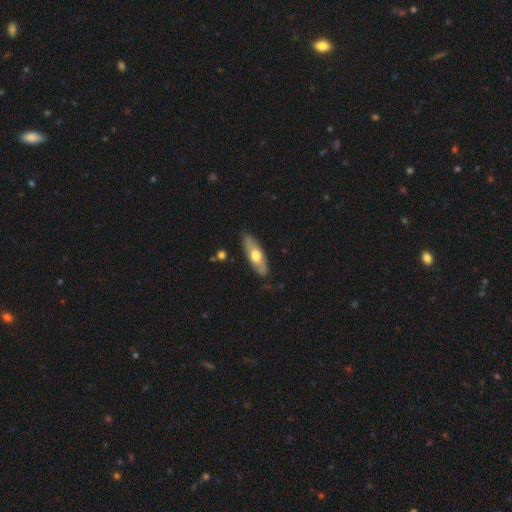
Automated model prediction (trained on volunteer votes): smooth-or-featured: smooth: 50% | featured or disk: 45% | star or artifact: 5%
  how-rounded: in between: 60% | cigar-shaped: 37% | round: 3%
  merging: none: 85% | minor disturbance: 11% | major disturbance: 2% | merger: 1%